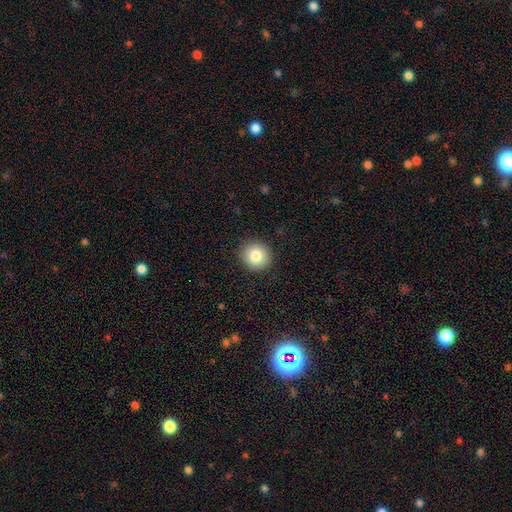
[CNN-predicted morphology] A smooth galaxy with no disk features (83%) that is round (91%). Merging: none (92%).